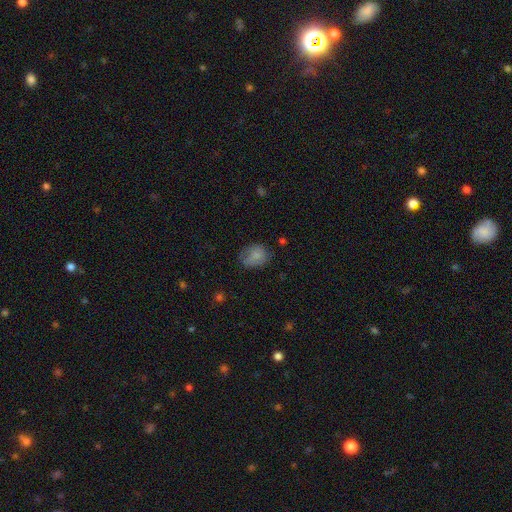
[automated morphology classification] Smooth or featured?
  - smooth: 77% *
  - featured or disk: 14%
  - star or artifact: 10%
How rounded?
  - in between: 54% *
  - round: 45%
  - cigar-shaped: 1%
Merging?
  - none: 57% *
  - minor disturbance: 29%
  - major disturbance: 12%
  - merger: 2%